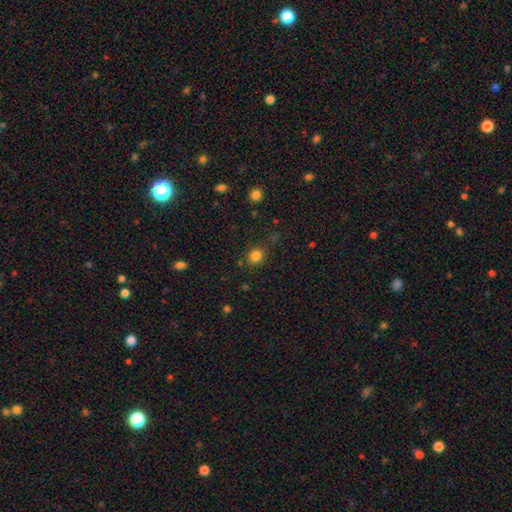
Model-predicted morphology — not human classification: Smooth or featured: smooth — 83% (star or artifact — 13%)
How rounded: round — 81% (in between — 18%)
Merging: none — 84% (minor disturbance — 10%)